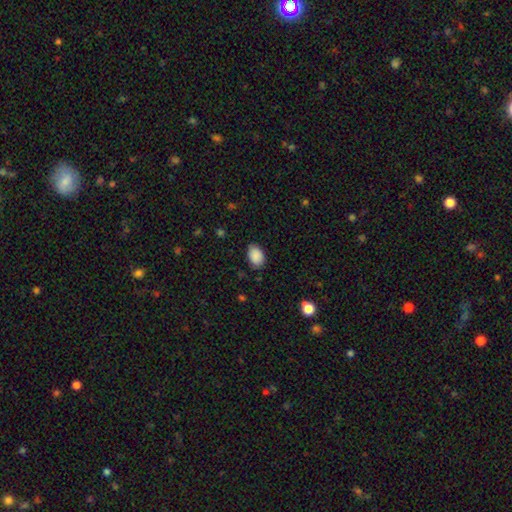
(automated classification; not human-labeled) Smooth or featured?
  - smooth: 89% *
  - star or artifact: 7%
  - featured or disk: 4%
How rounded?
  - in between: 87% *
  - round: 12%
  - cigar-shaped: 1%
Merging?
  - none: 80% *
  - minor disturbance: 15%
  - major disturbance: 3%
  - merger: 1%